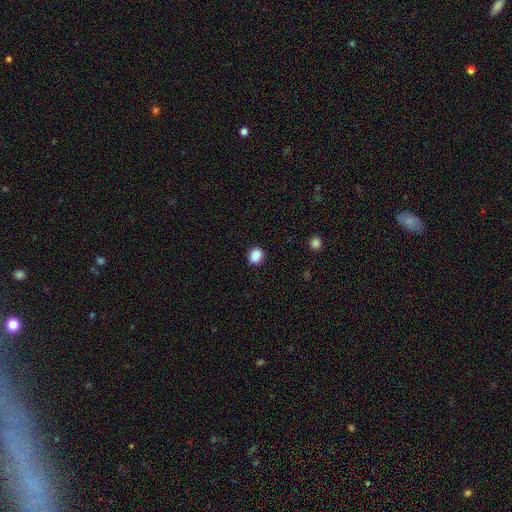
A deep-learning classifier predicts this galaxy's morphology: This is clearly a smooth galaxy (88%). How rounded: possibly round (60%). Merging: clearly none (89%).